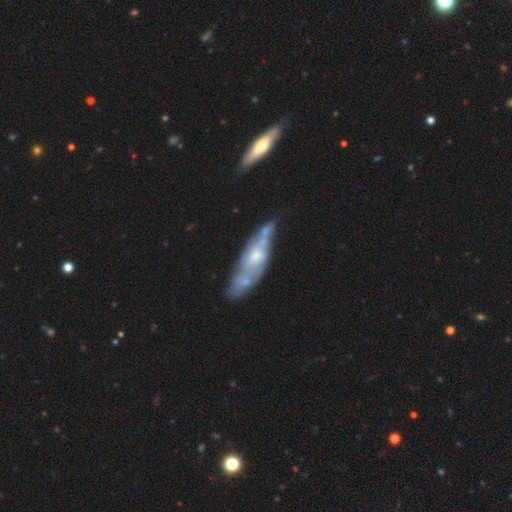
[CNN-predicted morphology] This is likely a featured or disk galaxy (65%). It is likely not viewed edge-on (62%). Merging: possibly none (49%).